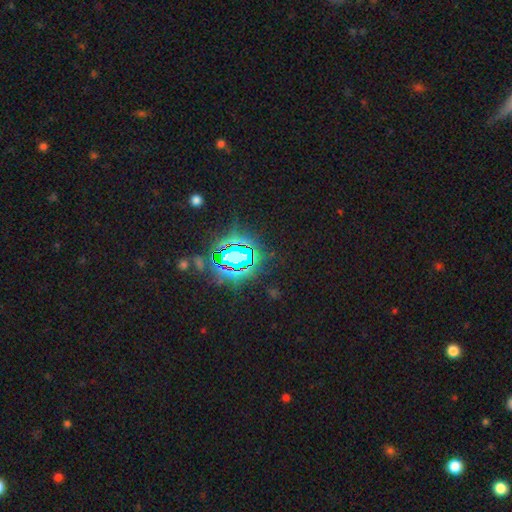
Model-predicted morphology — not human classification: smooth_or_featured: star or artifact (p=0.84) [alt: smooth p=0.10]